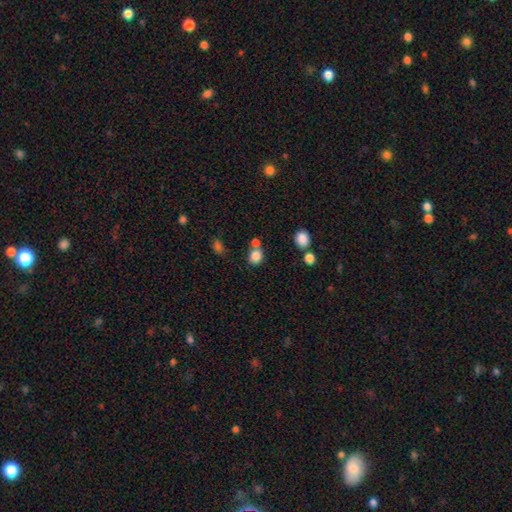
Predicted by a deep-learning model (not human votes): This is clearly a smooth galaxy (83%). How rounded: likely round (67%). Merging: possibly none (59%).